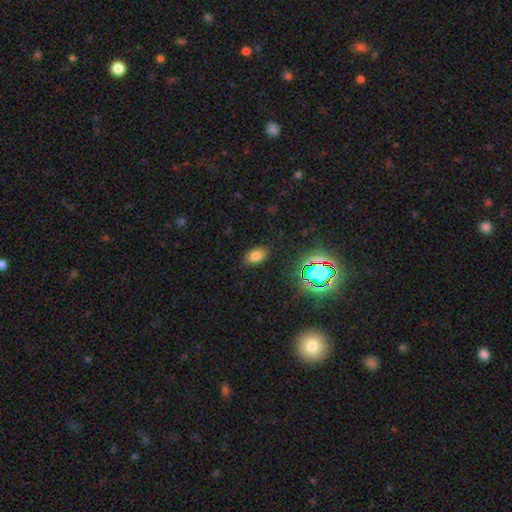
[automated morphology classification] Overall: smooth (73%). How rounded: in between (88%). Merging: none (85%).